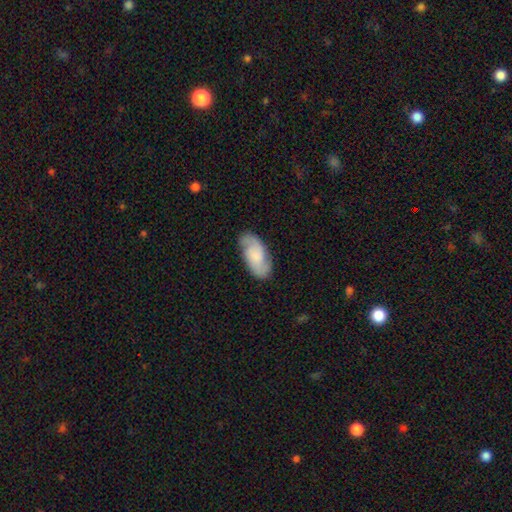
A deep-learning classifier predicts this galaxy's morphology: This is possibly a featured or disk galaxy (56%). It is clearly not viewed edge-on (95%). Bar: likely no (61%). Spiral arm pattern: clearly yes (91%). Central bulge: marginally small (34%). Merging: likely none (77%).